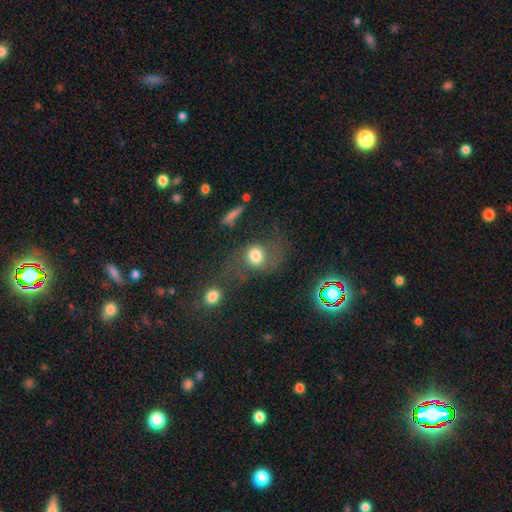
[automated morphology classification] Smooth or featured? Predicted: smooth (p=0.63). How rounded? Predicted: round (p=0.68). Merging? Predicted: none (p=0.42).